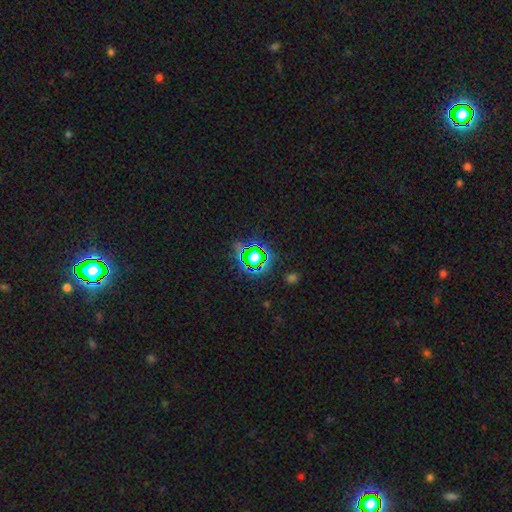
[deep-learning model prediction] Smooth or featured: star or artifact — 74% (smooth — 16%)